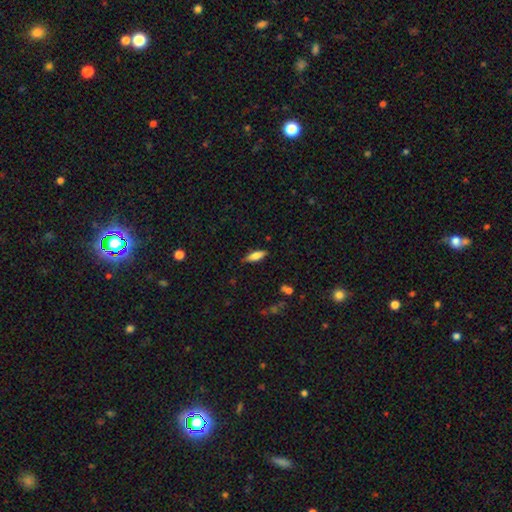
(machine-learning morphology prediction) smooth_or_featured: smooth (p=0.72) [alt: featured or disk p=0.21]
how_rounded: in between (p=0.52) [alt: cigar-shaped p=0.46]
merging: none (p=0.85) [alt: minor disturbance p=0.11]